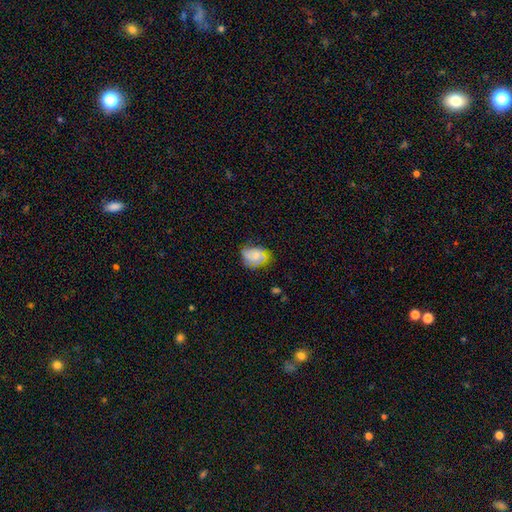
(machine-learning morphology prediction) Smooth or featured: smooth — 51% (featured or disk — 37%)
How rounded: in between — 70% (round — 28%)
Merging: none — 57% (minor disturbance — 28%)